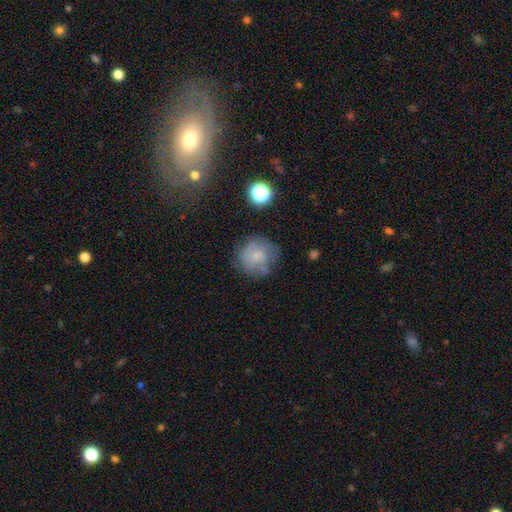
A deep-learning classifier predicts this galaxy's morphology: type=smooth (54%); roundness=round (87%); merging=none (60%).